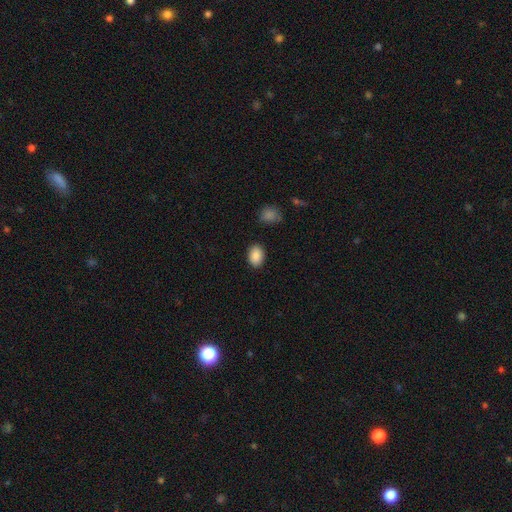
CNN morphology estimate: Q: Smooth or featured?
A: smooth (89%); runner-up: star or artifact (8%)
Q: How rounded?
A: in between (80%); runner-up: round (19%)
Q: Merging?
A: none (87%); runner-up: minor disturbance (9%)